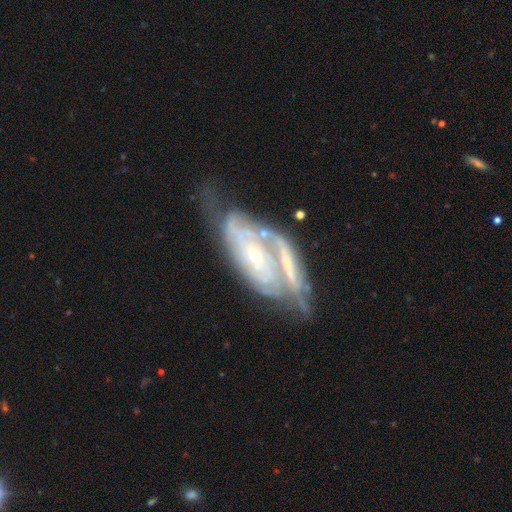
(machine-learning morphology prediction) A featured or disk galaxy (82%) with no bar (54%), tight (58%) spiral arms (83%) and a small central bulge (61%). Merging: none (33%).